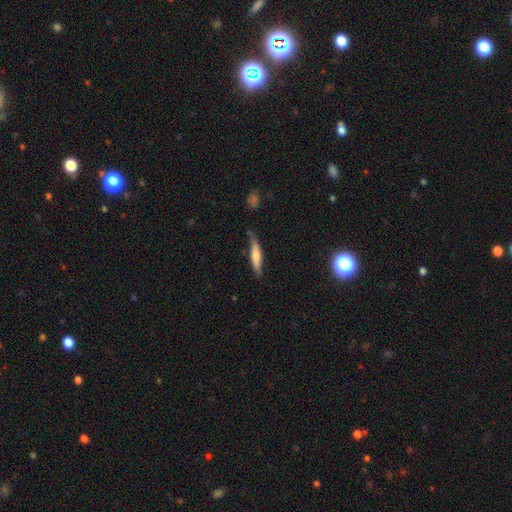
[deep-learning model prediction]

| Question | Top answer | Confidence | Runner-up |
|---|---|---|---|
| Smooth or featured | smooth | 62% | featured or disk (32%) |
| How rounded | cigar-shaped | 85% | in between (14%) |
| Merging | none | 65% | minor disturbance (26%) |